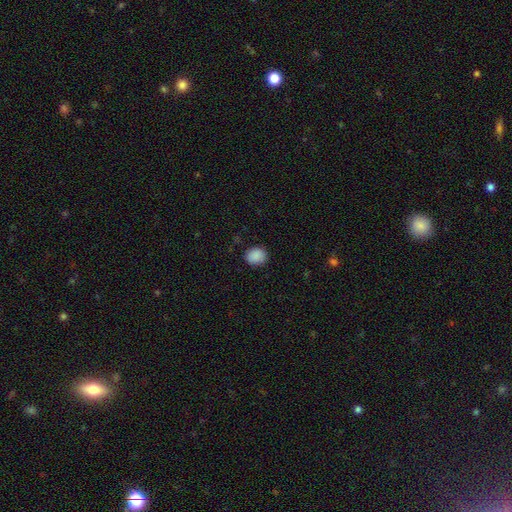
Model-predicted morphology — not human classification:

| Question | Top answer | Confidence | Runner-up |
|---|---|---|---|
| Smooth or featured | smooth | 89% | star or artifact (8%) |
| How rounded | round | 63% | in between (36%) |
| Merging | none | 85% | minor disturbance (11%) |